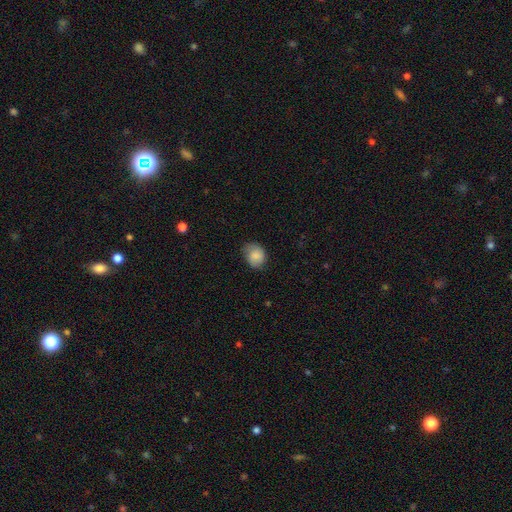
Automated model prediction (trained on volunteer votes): A smooth galaxy with no disk features (82%) that is round (56%). Merging: none (65%).